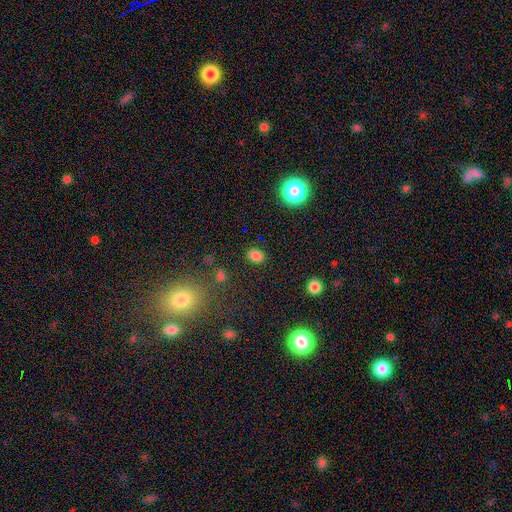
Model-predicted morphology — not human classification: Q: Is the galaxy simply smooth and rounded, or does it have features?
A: smooth — 82%.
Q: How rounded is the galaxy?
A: in between — 59%.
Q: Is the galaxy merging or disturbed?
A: none — 86%.